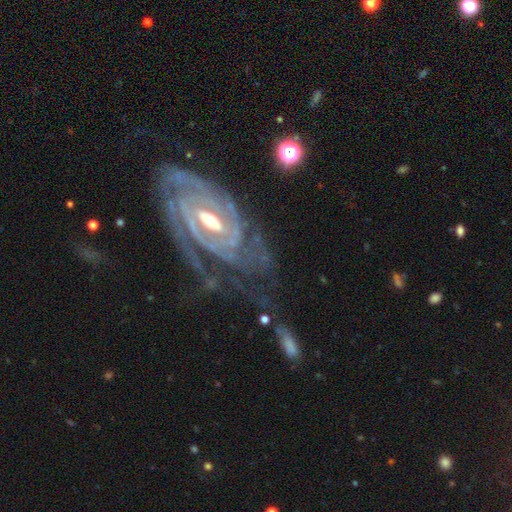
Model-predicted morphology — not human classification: A featured or disk galaxy (90%) with a weak bar (42%), 2 (31%) tight (76%) spiral arms (97%) and a moderate central bulge (60%).

Vote fractions:
- Smooth or featured? featured or disk: 90% / star or artifact: 6% / smooth: 4%
- Edge-on disk? no: 95% / yes: 5%
- Bar? weak: 42% / strong: 38% / no: 20%
- Spiral arms? yes: 97% / no: 3%
- Spiral winding? tight: 76% / medium: 20% / loose: 4%
- Spiral arm count? 2: 31% / can't tell: 23% / 3: 21% / 4: 12% / more than 4: 7% / 1: 6%
- Bulge size? moderate: 60% / small: 34% / large: 3% / none: 1% / dominant: 1%
- Merging? none: 60% / minor disturbance: 21% / major disturbance: 15% / merger: 3%